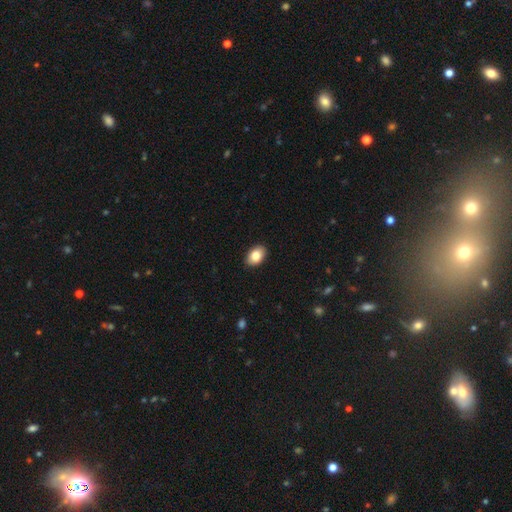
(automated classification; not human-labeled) Smooth or featured?
  - smooth: 86% *
  - featured or disk: 7%
  - star or artifact: 7%
How rounded?
  - in between: 88% *
  - round: 11%
  - cigar-shaped: 1%
Merging?
  - none: 90% *
  - minor disturbance: 8%
  - major disturbance: 2%
  - merger: 1%